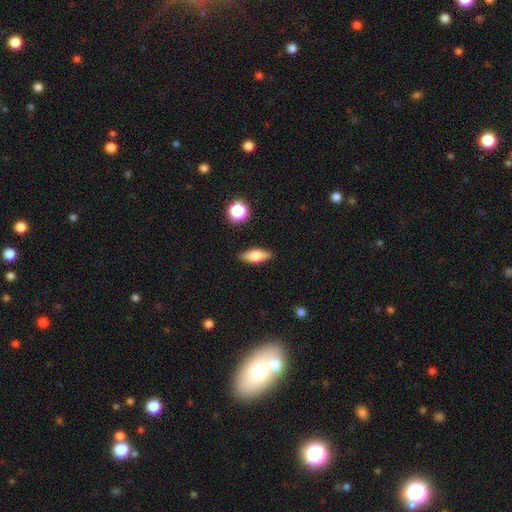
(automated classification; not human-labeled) Smooth or featured? smooth (62%)
How rounded? in between (68%)
Merging? none (87%)